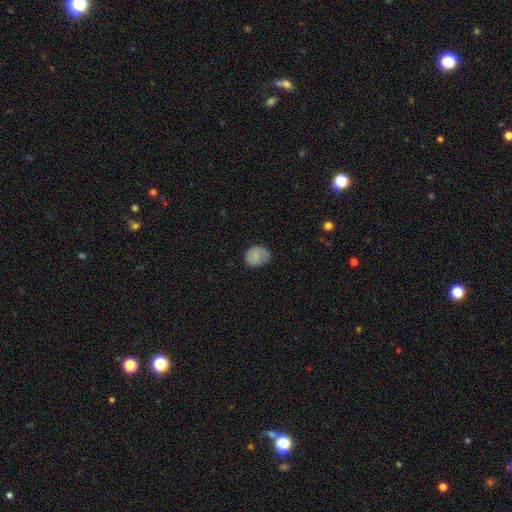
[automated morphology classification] Smooth or featured: smooth — 77% (featured or disk — 15%)
How rounded: round — 59% (in between — 40%)
Merging: none — 70% (minor disturbance — 24%)